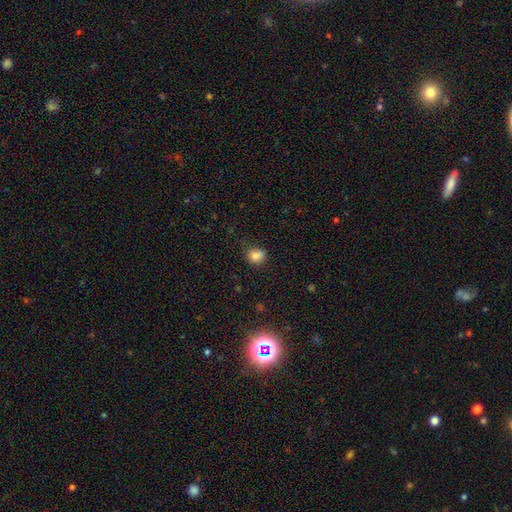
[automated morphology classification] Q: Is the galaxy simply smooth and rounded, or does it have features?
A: smooth — 82%.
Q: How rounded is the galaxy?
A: round — 66%.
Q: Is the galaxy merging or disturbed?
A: none — 72%.